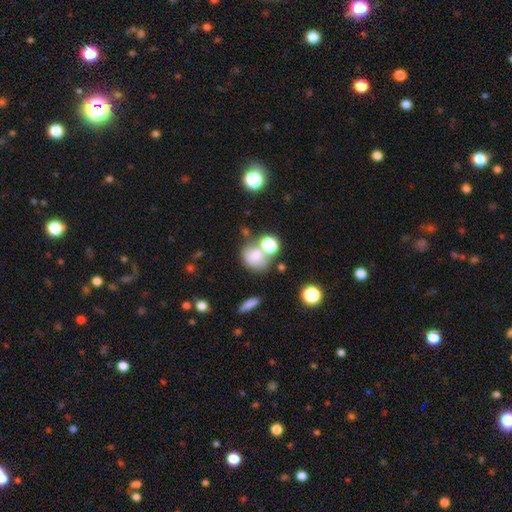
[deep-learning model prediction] This appears to be a smooth galaxy with no disk features (70%) that is round (60%). Merging: none (41%).